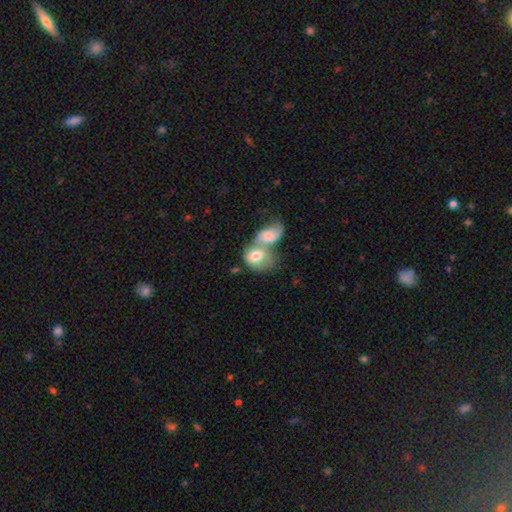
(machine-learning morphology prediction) Smooth or featured?
  - smooth: 64% *
  - featured or disk: 29%
  - star or artifact: 7%
How rounded?
  - in between: 61% *
  - round: 38%
  - cigar-shaped: 2%
Merging?
  - merger: 75% *
  - none: 12%
  - minor disturbance: 6%
  - major disturbance: 6%